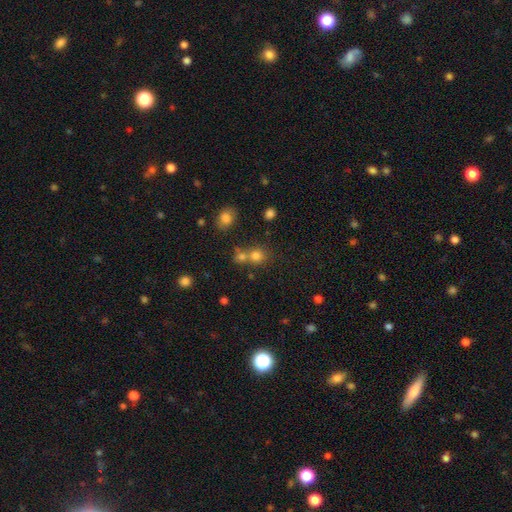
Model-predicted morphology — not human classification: smooth 75%, star or artifact 17%, featured or disk 8%. Down the decision tree: how rounded — round (82%); merging — none (50%).